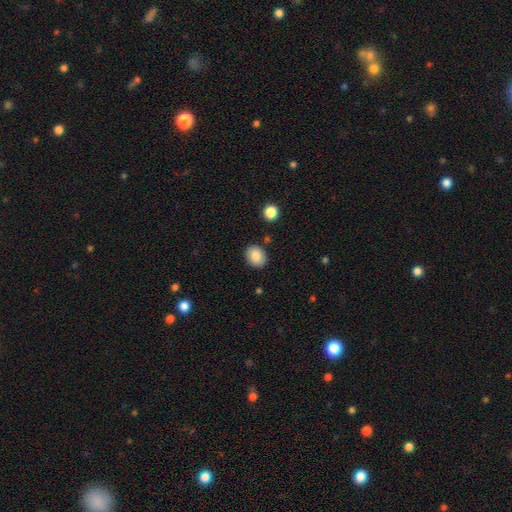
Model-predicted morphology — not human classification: smooth_or_featured: smooth (p=0.84) [alt: star or artifact p=0.08]
how_rounded: round (p=0.55) [alt: in between p=0.44]
merging: none (p=0.86) [alt: minor disturbance p=0.09]